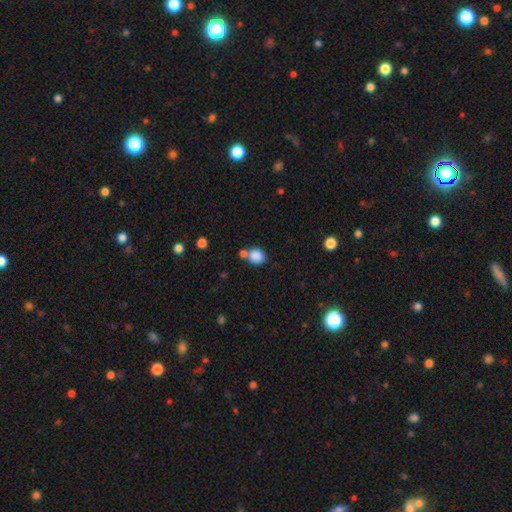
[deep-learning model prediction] This appears to be a smooth galaxy with no disk features (85%) that is round (71%). Merging: none (55%).